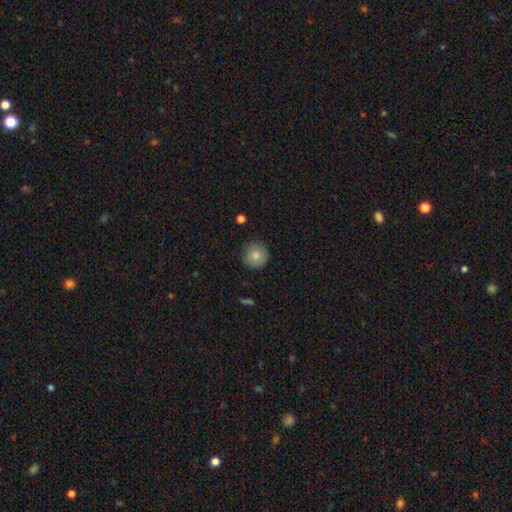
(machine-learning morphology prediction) This appears to be a smooth galaxy with no disk features (81%) that is round (95%). Merging: none (86%).